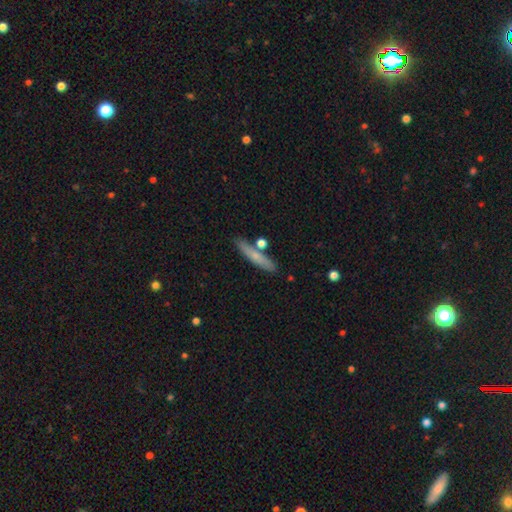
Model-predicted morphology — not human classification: Smooth or featured: smooth — 64% (featured or disk — 30%)
How rounded: cigar-shaped — 88% (in between — 9%)
Merging: none — 79% (minor disturbance — 11%)